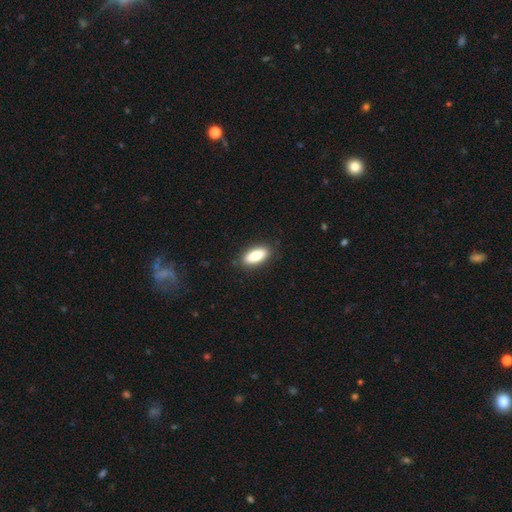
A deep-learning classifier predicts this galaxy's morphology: smooth 84%, featured or disk 10%, star or artifact 6%. Down the decision tree: how rounded — in between (83%); merging — none (87%).